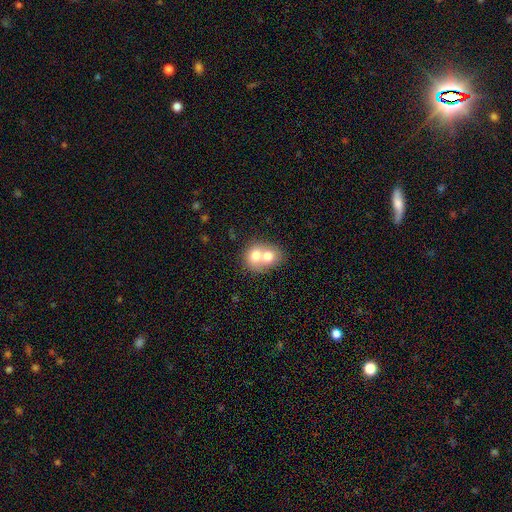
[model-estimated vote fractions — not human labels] Smooth or featured?
  - smooth: 69% *
  - featured or disk: 23%
  - star or artifact: 8%
How rounded?
  - round: 59% *
  - in between: 40%
  - cigar-shaped: 1%
Merging?
  - merger: 74% *
  - none: 19%
  - minor disturbance: 5%
  - major disturbance: 2%